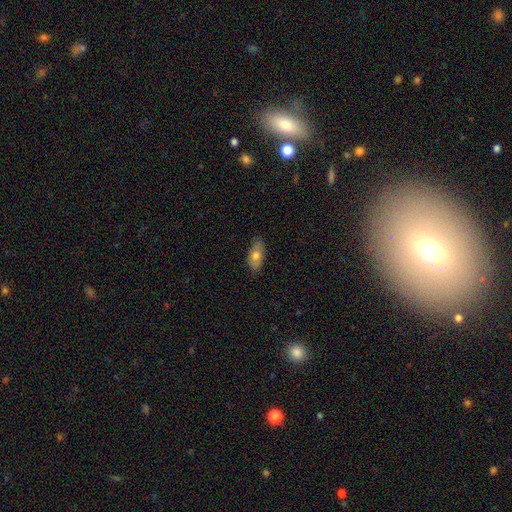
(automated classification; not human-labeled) smooth 71%, featured or disk 22%, star or artifact 7%. Down the decision tree: how rounded — in between (87%); merging — none (85%).